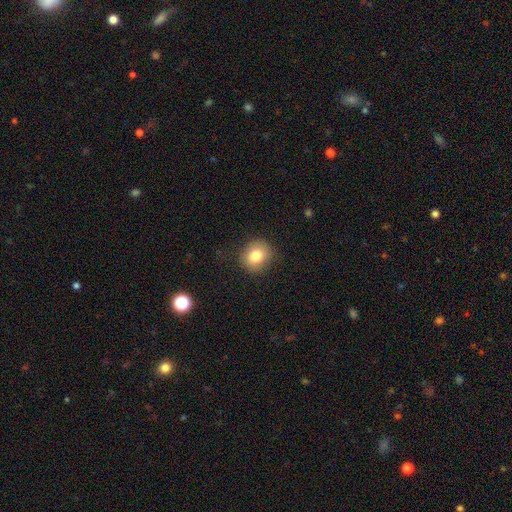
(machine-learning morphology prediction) Smooth or featured?
  - smooth: 80% *
  - featured or disk: 10%
  - star or artifact: 10%
How rounded?
  - round: 79% *
  - in between: 20%
  - cigar-shaped: 1%
Merging?
  - none: 85% *
  - minor disturbance: 11%
  - major disturbance: 3%
  - merger: 1%